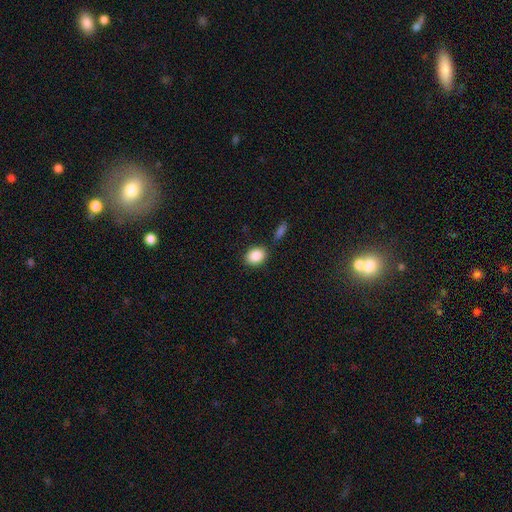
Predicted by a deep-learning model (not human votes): The model was most divided on "how rounded": in between: 64%, round: 35%, cigar-shaped: 1%. More confident: smooth or featured — smooth (87%); merging — none (78%).